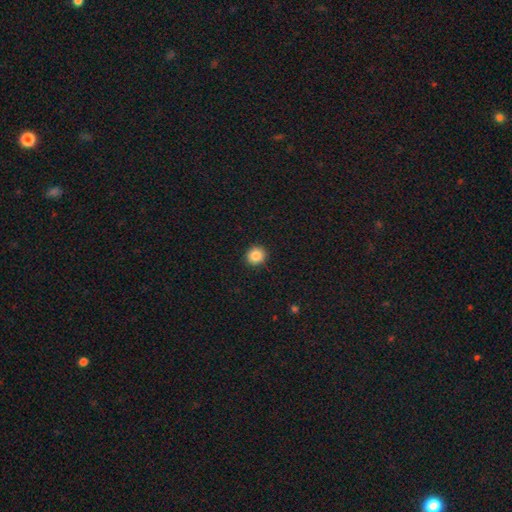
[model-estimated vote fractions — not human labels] Smooth or featured?
  - smooth: 86% *
  - star or artifact: 10%
  - featured or disk: 4%
How rounded?
  - round: 89% *
  - in between: 10%
  - cigar-shaped: 1%
Merging?
  - none: 92% *
  - minor disturbance: 5%
  - major disturbance: 2%
  - merger: 1%